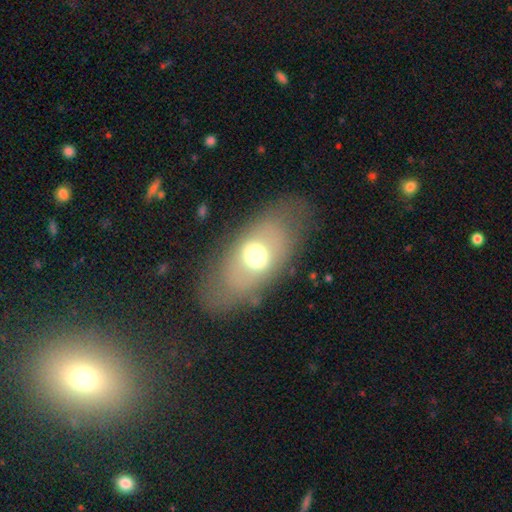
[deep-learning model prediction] smooth-or-featured: smooth: 56% | featured or disk: 32% | star or artifact: 11%
  how-rounded: in between: 84% | round: 13% | cigar-shaped: 3%
  merging: none: 66% | minor disturbance: 17% | major disturbance: 15% | merger: 2%